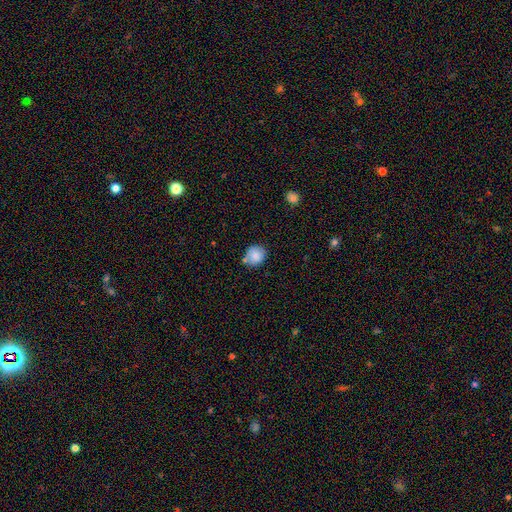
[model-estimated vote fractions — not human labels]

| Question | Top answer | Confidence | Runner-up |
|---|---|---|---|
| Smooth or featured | smooth | 84% | star or artifact (9%) |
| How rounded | round | 80% | in between (19%) |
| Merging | none | 68% | minor disturbance (17%) |